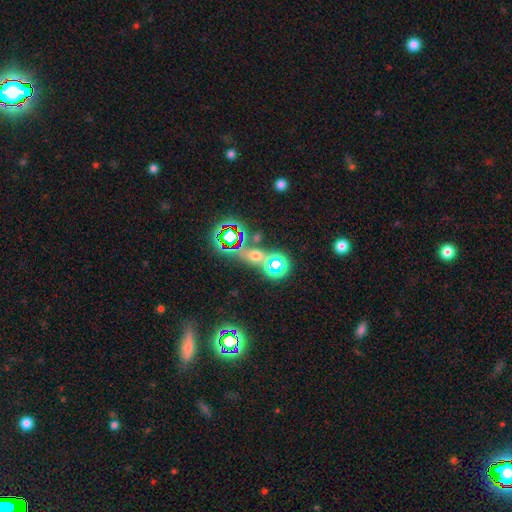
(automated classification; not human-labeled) smooth_or_featured: star or artifact (p=0.53) [alt: smooth p=0.31]